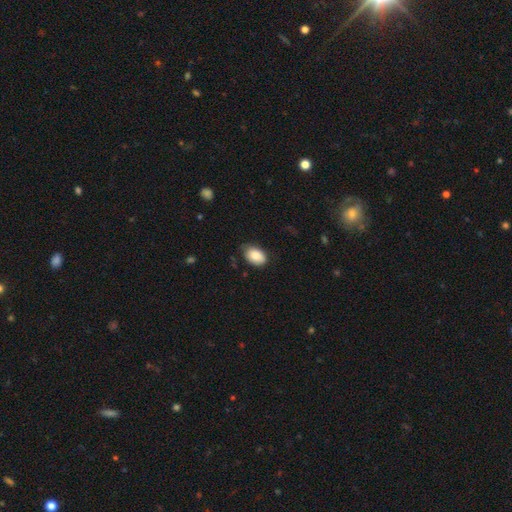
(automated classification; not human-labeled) smooth 86%, featured or disk 7%, star or artifact 7%. Down the decision tree: how rounded — in between (88%); merging — none (71%).